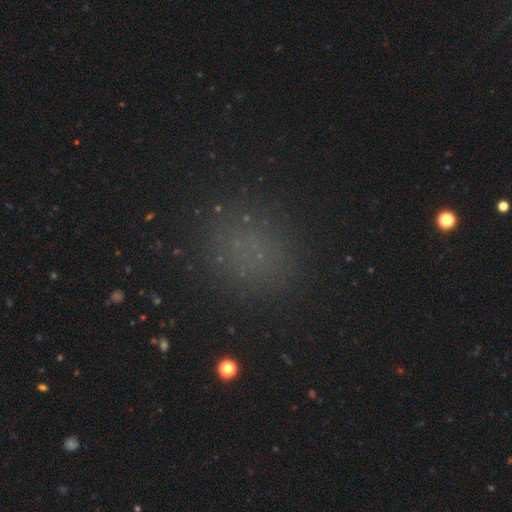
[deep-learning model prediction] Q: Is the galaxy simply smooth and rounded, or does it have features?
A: smooth — 67%.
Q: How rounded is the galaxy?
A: round — 68%.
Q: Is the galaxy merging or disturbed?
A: none — 86%.